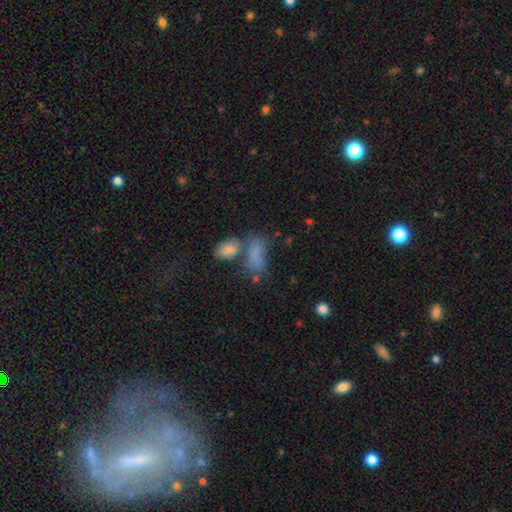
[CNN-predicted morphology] Smooth or featured?
  - smooth: 77% *
  - featured or disk: 12%
  - star or artifact: 11%
How rounded?
  - in between: 85% *
  - cigar-shaped: 9%
  - round: 6%
Merging?
  - merger: 43% *
  - none: 30%
  - minor disturbance: 15%
  - major disturbance: 12%